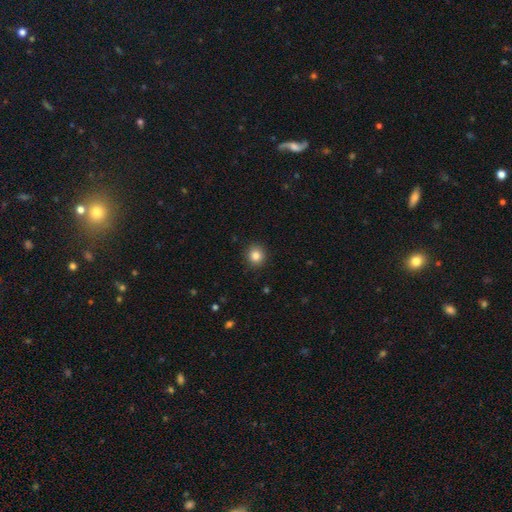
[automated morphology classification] Overall: smooth (84%). How rounded: round (89%). Merging: none (91%).